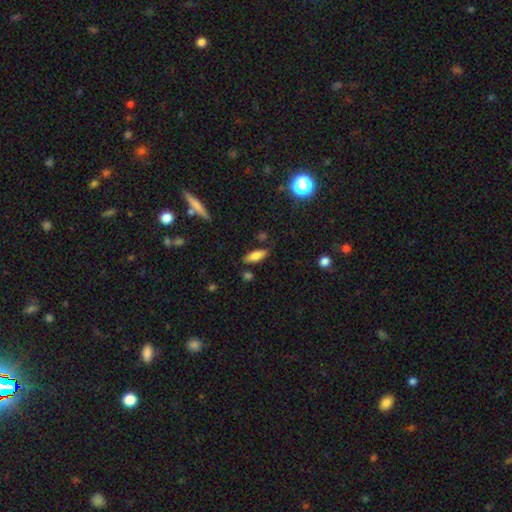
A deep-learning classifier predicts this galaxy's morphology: A smooth galaxy with no disk features (74%) that is in between round and cigar-shaped (68%). Merging: none (81%).